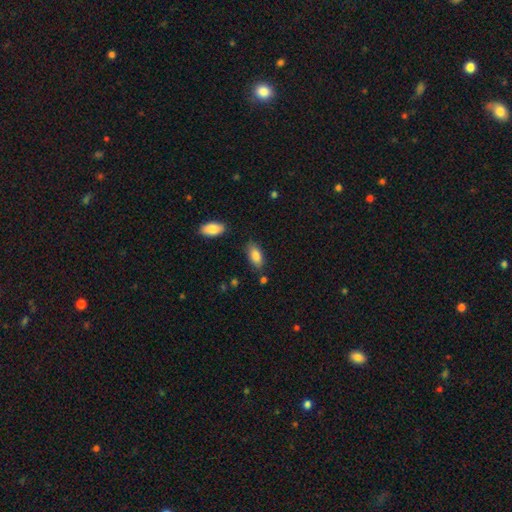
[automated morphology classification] Smooth or featured? smooth (86%)
How rounded? in between (89%)
Merging? none (78%)